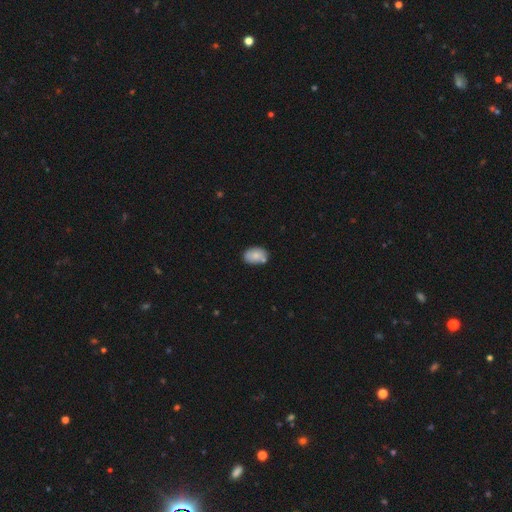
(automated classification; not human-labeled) This is clearly a smooth galaxy (80%). How rounded: clearly in between (86%). Merging: likely none (69%).